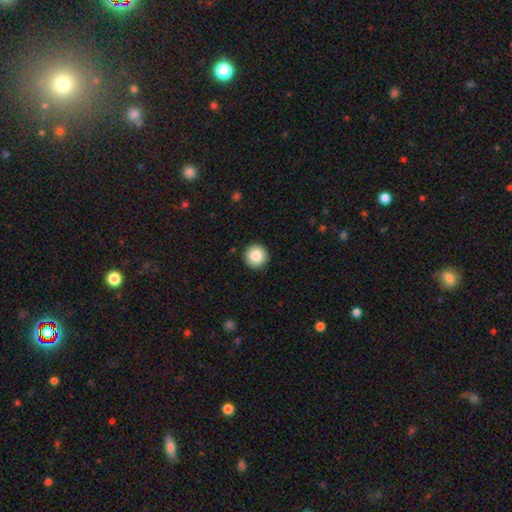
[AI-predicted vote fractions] Morphology: type=smooth (86%); roundness=round (96%); merging=none (93%).